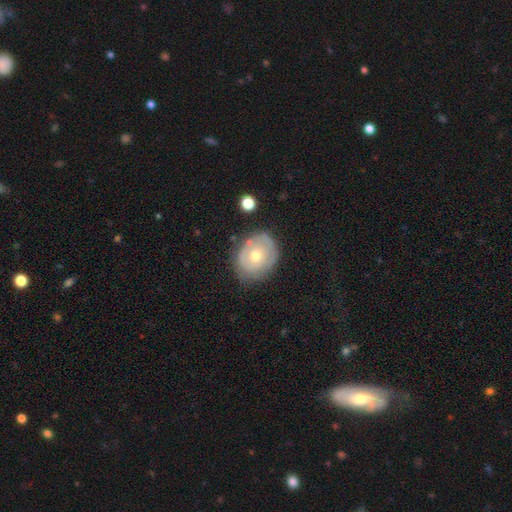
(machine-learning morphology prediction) type=featured or disk (51%); edge-on=no (95%); merging=none (68%).